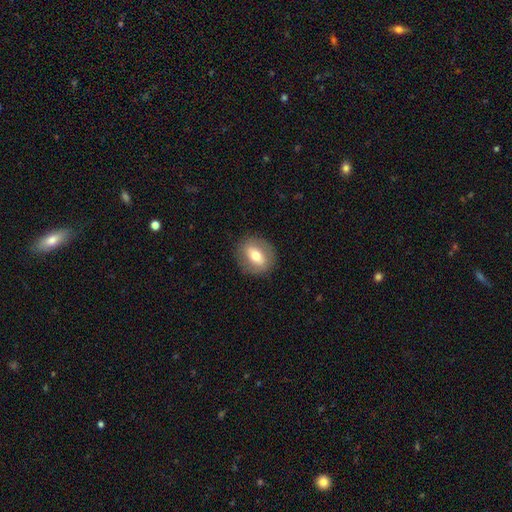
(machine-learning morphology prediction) Smooth or featured: smooth — 58% (featured or disk — 34%)
How rounded: round — 50% (in between — 48%)
Merging: none — 86% (minor disturbance — 10%)